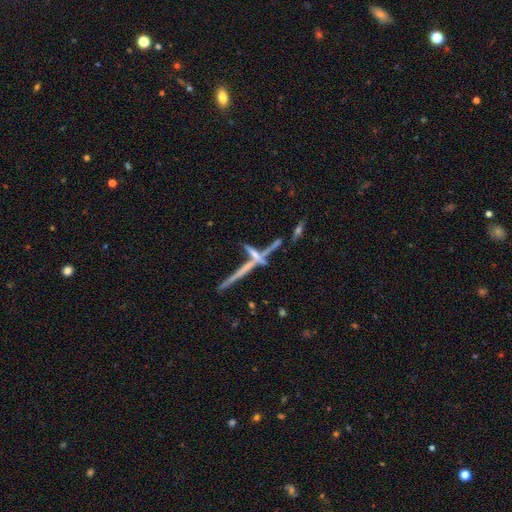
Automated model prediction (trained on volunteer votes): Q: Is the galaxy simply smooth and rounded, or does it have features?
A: featured or disk — 60%.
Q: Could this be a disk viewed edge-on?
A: yes — 90%.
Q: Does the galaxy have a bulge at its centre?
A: none — 62%.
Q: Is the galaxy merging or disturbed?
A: none — 56%.